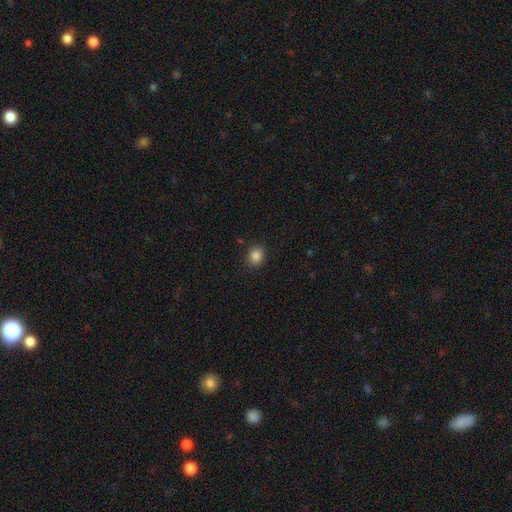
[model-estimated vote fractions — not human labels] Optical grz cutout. It shows a smooth galaxy with no disk features (85%) that is round (70%). Merging: none (88%).